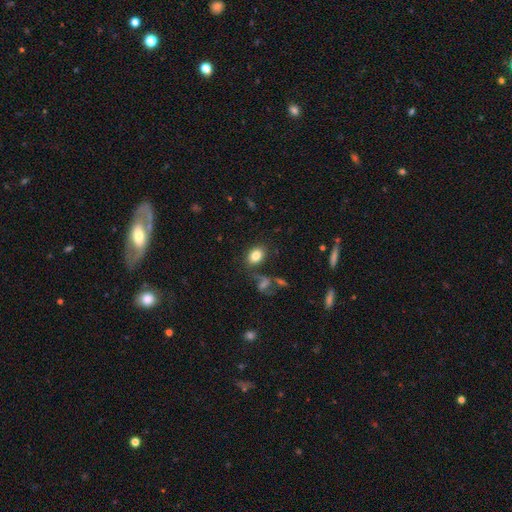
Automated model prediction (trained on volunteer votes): smooth 82%, star or artifact 10%, featured or disk 8%. Down the decision tree: how rounded — in between (72%); merging — none (76%).